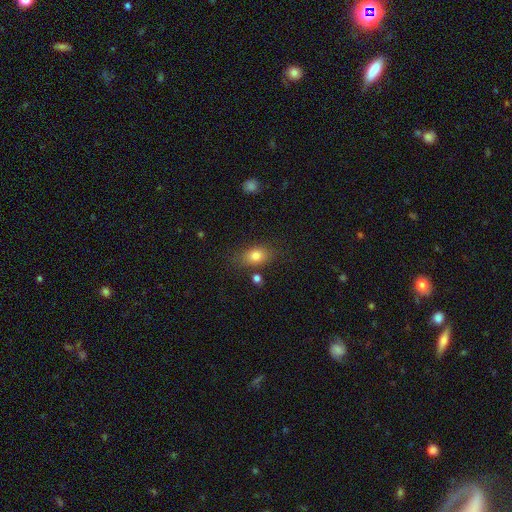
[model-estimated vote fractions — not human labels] This is likely a smooth galaxy (79%). How rounded: likely in between (75%). Merging: likely none (75%).